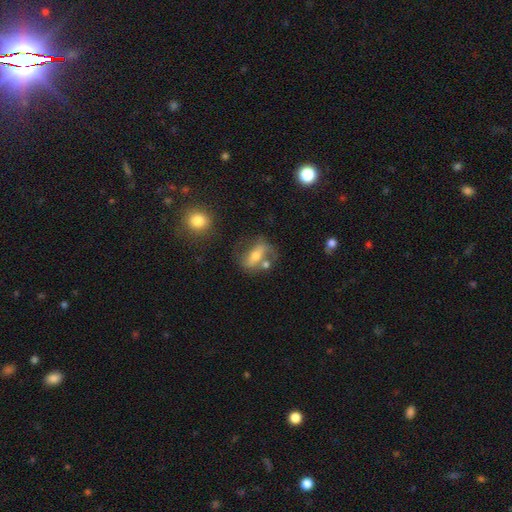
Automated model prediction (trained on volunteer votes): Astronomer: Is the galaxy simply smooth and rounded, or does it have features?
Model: featured or disk — 51% (runner-up: smooth, 39%).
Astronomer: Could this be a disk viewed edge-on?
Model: no — 78%.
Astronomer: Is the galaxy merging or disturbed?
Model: none — 52%.